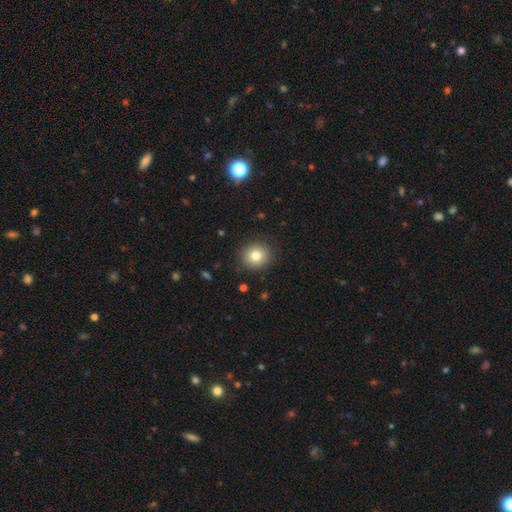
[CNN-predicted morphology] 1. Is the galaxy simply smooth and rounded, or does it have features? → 79% smooth, 11% star or artifact, 10% featured or disk.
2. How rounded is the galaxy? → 84% round, 15% in between, 1% cigar-shaped.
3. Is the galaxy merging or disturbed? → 88% none, 8% minor disturbance, 3% major disturbance, 1% merger.